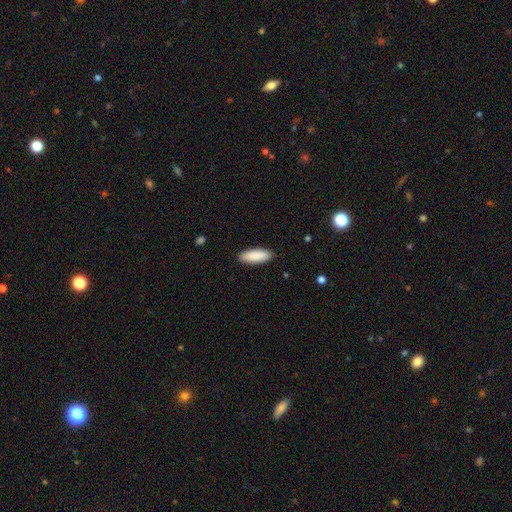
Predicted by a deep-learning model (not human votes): This appears to be a smooth galaxy with no disk features (90%) that is in between round and cigar-shaped (65%). Merging: none (90%).